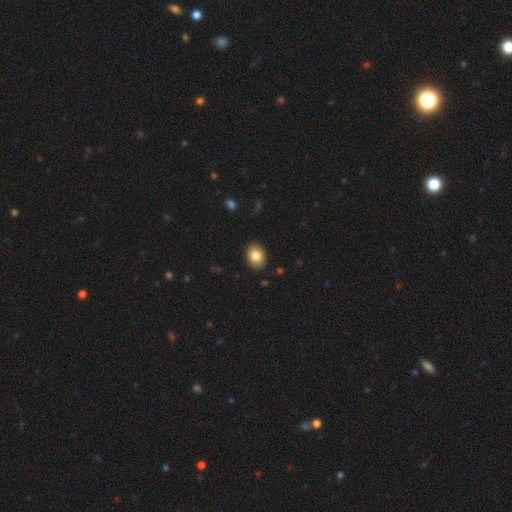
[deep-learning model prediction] A smooth galaxy with no disk features (82%) that is in between round and cigar-shaped (66%).

Vote fractions:
- Smooth or featured? smooth: 82% / featured or disk: 9% / star or artifact: 8%
- How rounded? in between: 66% / round: 33% / cigar-shaped: 1%
- Merging? none: 90% / minor disturbance: 7% / major disturbance: 2% / merger: 1%